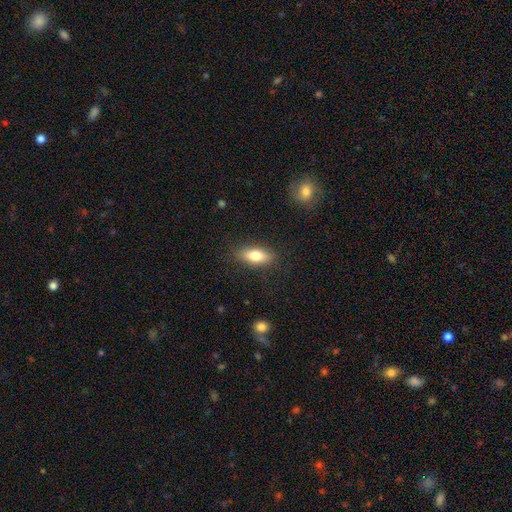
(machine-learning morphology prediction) A smooth galaxy with no disk features (78%) that is in between round and cigar-shaped (77%).

Vote fractions:
- Smooth or featured? smooth: 78% / featured or disk: 15% / star or artifact: 7%
- How rounded? in between: 77% / cigar-shaped: 20% / round: 3%
- Merging? none: 85% / minor disturbance: 11% / major disturbance: 3% / merger: 1%